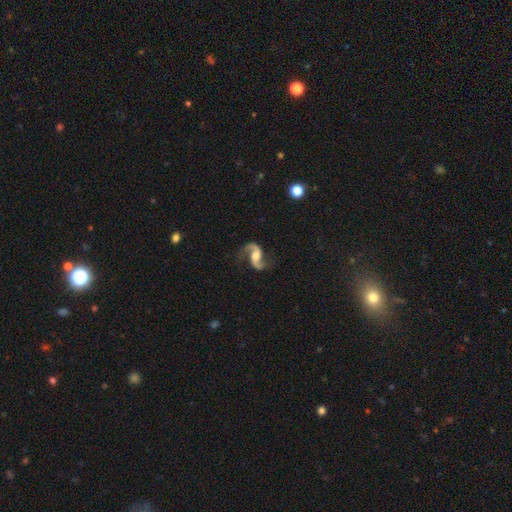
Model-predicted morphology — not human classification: The model was most divided on "bar": no: 44%, weak: 37%, strong: 19%. More confident: spiral arms — yes (97%); edge-on disk — no (97%); spiral arm count — 2 (94%); smooth or featured — featured or disk (90%); merging — none (77%); spiral winding — loose (70%); bulge size — moderate (63%).